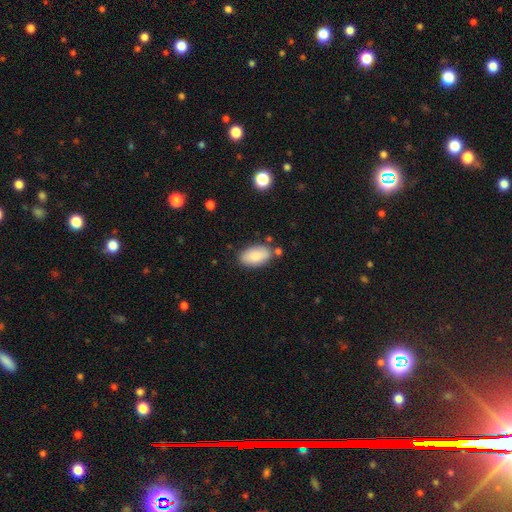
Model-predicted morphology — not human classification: A smooth galaxy with no disk features (87%) that is in between round and cigar-shaped (95%).

Vote fractions:
- Smooth or featured? smooth: 87% / star or artifact: 7% / featured or disk: 6%
- How rounded? in between: 95% / round: 3% / cigar-shaped: 2%
- Merging? none: 77% / minor disturbance: 14% / merger: 5% / major disturbance: 3%